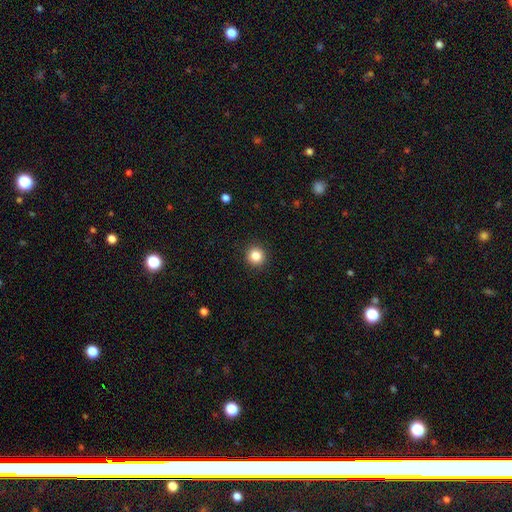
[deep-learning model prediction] Morphology: type=smooth (85%); roundness=round (93%); merging=none (92%).